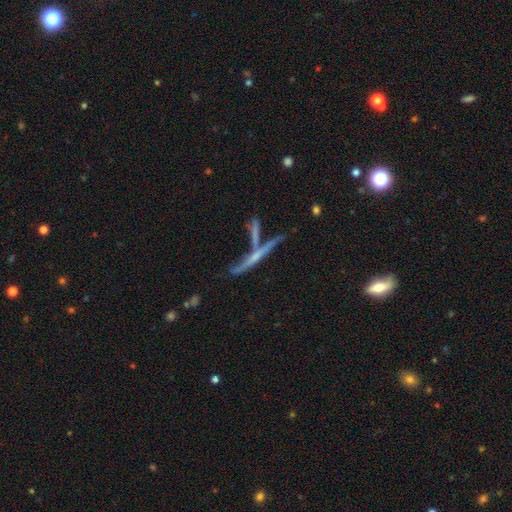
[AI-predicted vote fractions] This appears to be a featured or disk galaxy (64%) viewed edge-on (90%) with no central bulge (58%). Merging: none (52%).